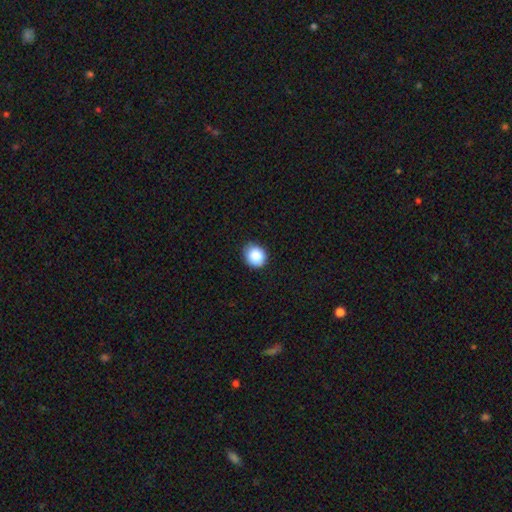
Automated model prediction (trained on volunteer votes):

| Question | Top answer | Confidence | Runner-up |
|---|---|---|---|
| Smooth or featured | smooth | 87% | star or artifact (8%) |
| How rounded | round | 75% | in between (24%) |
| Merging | none | 84% | minor disturbance (13%) |